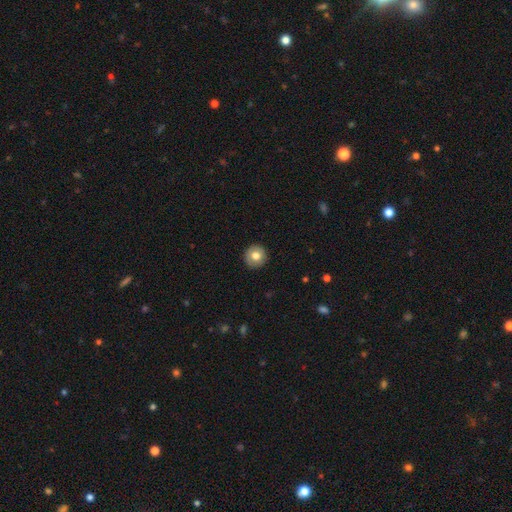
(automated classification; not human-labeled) Morphology: type=smooth (77%); roundness=round (95%); merging=none (92%).